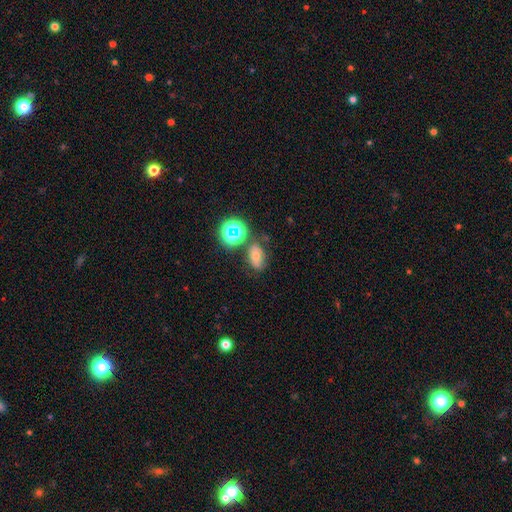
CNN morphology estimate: A smooth galaxy with no disk features (57%) that is in between round and cigar-shaped (79%).

Vote fractions:
- Smooth or featured? smooth: 57% / star or artifact: 24% / featured or disk: 19%
- How rounded? in between: 79% / round: 19% / cigar-shaped: 2%
- Merging? none: 65% / minor disturbance: 18% / merger: 10% / major disturbance: 7%